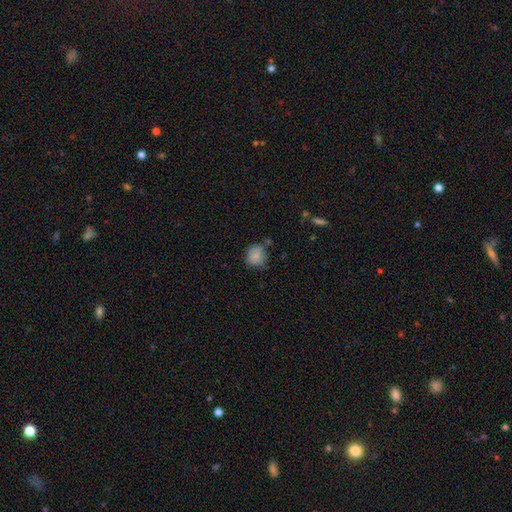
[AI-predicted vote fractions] smooth_or_featured: smooth (p=0.80) [alt: featured or disk p=0.11]
how_rounded: round (p=0.67) [alt: in between p=0.32]
merging: none (p=0.61) [alt: minor disturbance p=0.27]